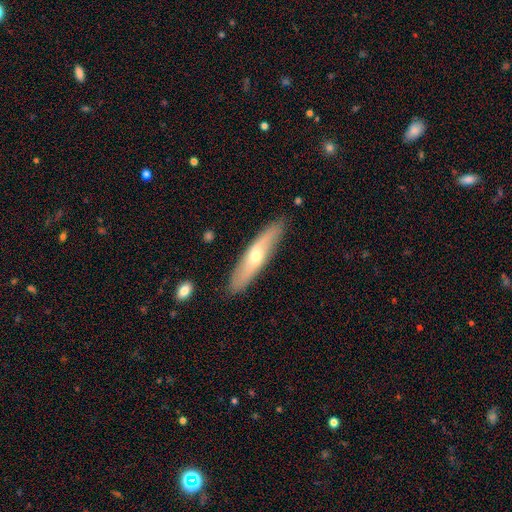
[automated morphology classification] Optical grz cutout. It shows a featured or disk galaxy (53%) viewed edge-on (61%). Merging: none (86%).